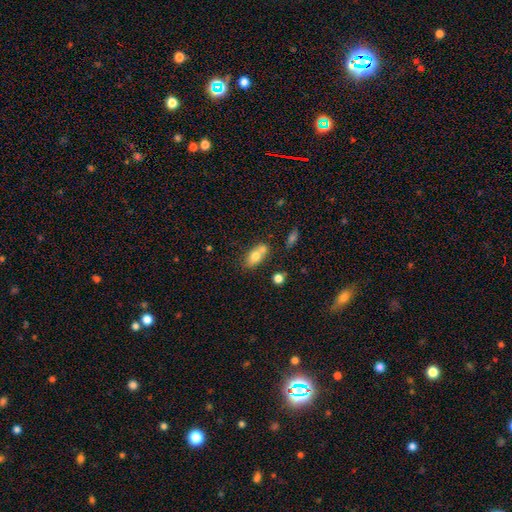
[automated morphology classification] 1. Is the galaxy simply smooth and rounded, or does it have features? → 72% smooth, 19% featured or disk, 9% star or artifact.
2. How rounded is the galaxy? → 78% in between, 13% round, 8% cigar-shaped.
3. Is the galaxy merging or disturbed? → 44% merger, 39% none, 12% minor disturbance, 5% major disturbance.